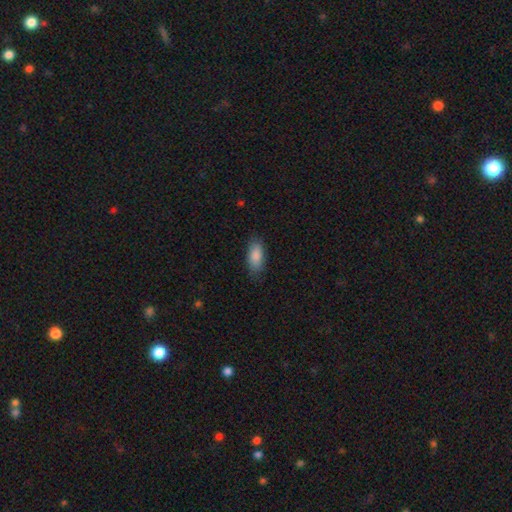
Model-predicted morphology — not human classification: Smooth or featured?
  - smooth: 87% *
  - featured or disk: 7%
  - star or artifact: 6%
How rounded?
  - in between: 88% *
  - cigar-shaped: 10%
  - round: 2%
Merging?
  - none: 80% *
  - minor disturbance: 15%
  - major disturbance: 4%
  - merger: 1%